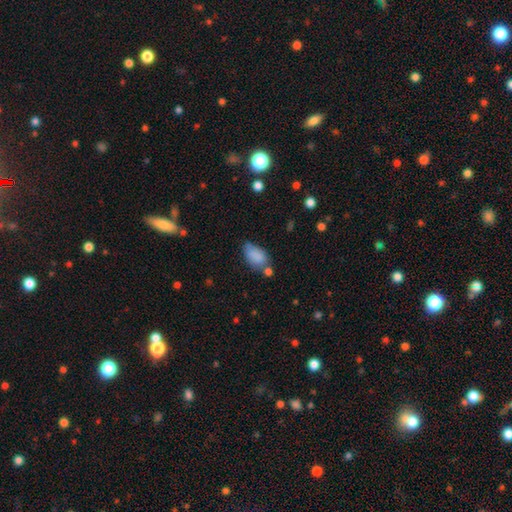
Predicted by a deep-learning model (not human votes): Morphology: type=smooth (83%); roundness=in between (91%); merging=none (52%).